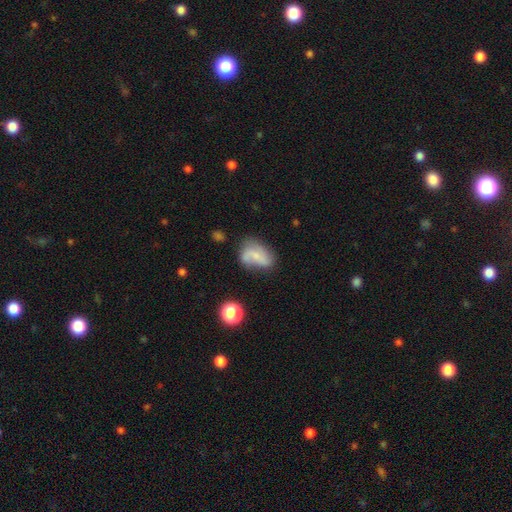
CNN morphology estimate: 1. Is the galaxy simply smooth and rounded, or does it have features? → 46% smooth, 44% featured or disk, 9% star or artifact.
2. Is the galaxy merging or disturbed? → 42% none, 29% minor disturbance, 17% major disturbance, 12% merger.